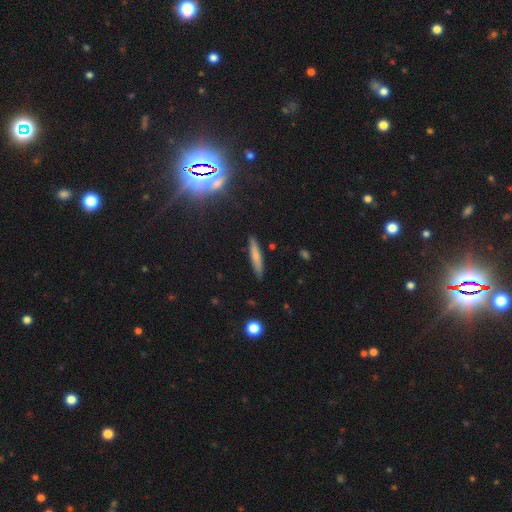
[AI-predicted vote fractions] A smooth galaxy with no disk features (68%) that is cigar-shaped (90%). Merging: none (87%).